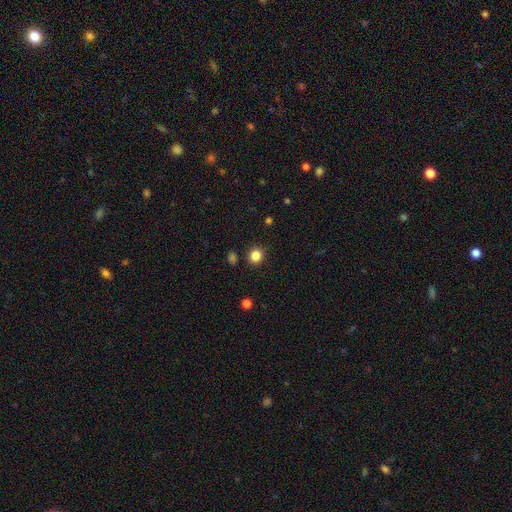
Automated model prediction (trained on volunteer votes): Smooth or featured? Predicted: smooth (p=0.84). How rounded? Predicted: round (p=0.82). Merging? Predicted: none (p=0.88).